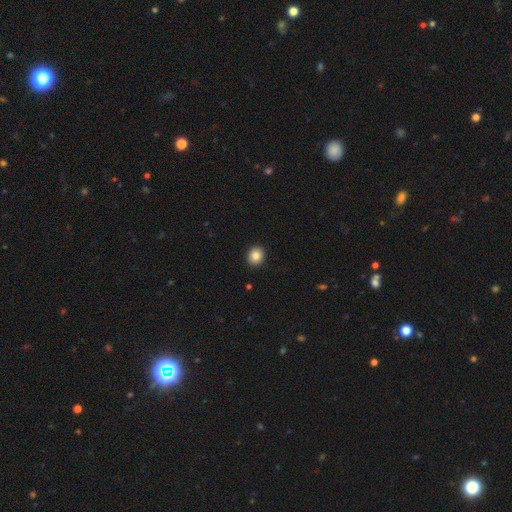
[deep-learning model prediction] smooth-or-featured: smooth: 85% | star or artifact: 9% | featured or disk: 6%
  how-rounded: round: 75% | in between: 25% | cigar-shaped: 1%
  merging: none: 92% | minor disturbance: 5% | major disturbance: 2% | merger: 1%